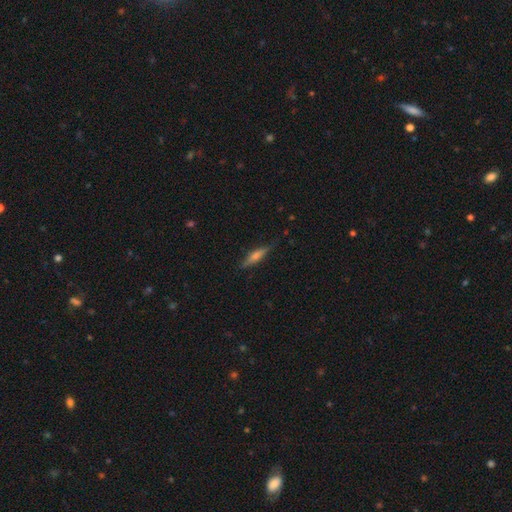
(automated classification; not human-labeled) A featured or disk galaxy (55%) viewed edge-on (95%) with a rounded central bulge (75%).

Vote fractions:
- Smooth or featured? featured or disk: 55% / smooth: 37% / star or artifact: 8%
- Edge-on disk? yes: 95% / no: 5%
- Edge-on bulge? rounded: 75% / boxy: 14% / none: 11%
- Merging? none: 83% / minor disturbance: 13% / major disturbance: 3% / merger: 1%